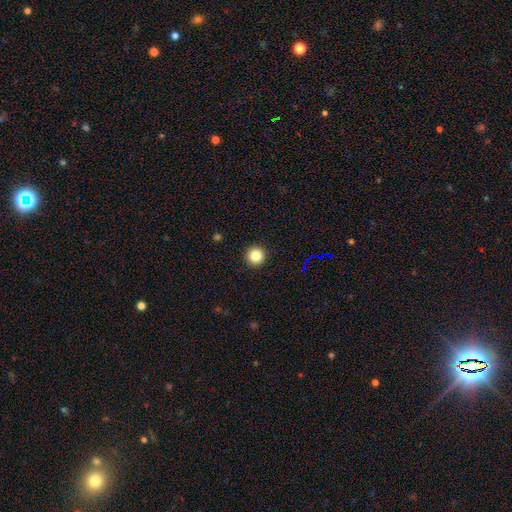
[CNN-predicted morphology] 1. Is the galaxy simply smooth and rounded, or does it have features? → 83% smooth, 11% star or artifact, 5% featured or disk.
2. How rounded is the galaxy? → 96% round, 3% in between, 1% cigar-shaped.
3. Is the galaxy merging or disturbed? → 93% none, 5% minor disturbance, 2% major disturbance, 1% merger.